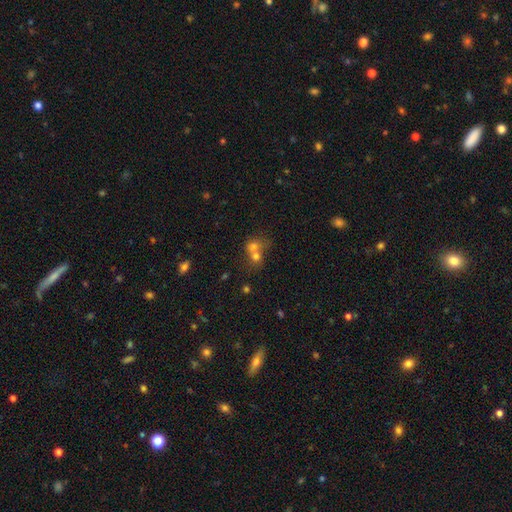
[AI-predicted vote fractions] Smooth or featured?
  - smooth: 66% *
  - featured or disk: 18%
  - star or artifact: 16%
How rounded?
  - round: 72% *
  - in between: 27%
  - cigar-shaped: 1%
Merging?
  - merger: 67% *
  - none: 24%
  - minor disturbance: 5%
  - major disturbance: 4%